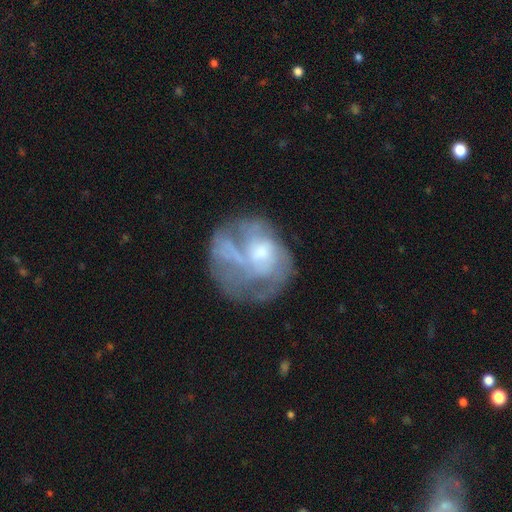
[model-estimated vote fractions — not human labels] Smooth or featured?
  - featured or disk: 61% *
  - smooth: 29%
  - star or artifact: 11%
Edge-on disk?
  - no: 98% *
  - yes: 2%
Bar?
  - no: 76% *
  - weak: 20%
  - strong: 4%
Spiral arms?
  - no: 56% *
  - yes: 44%
Bulge size?
  - moderate: 42% *
  - small: 28%
  - none: 19%
  - large: 9%
  - dominant: 2%
Merging?
  - none: 41% *
  - major disturbance: 32%
  - minor disturbance: 20%
  - merger: 7%